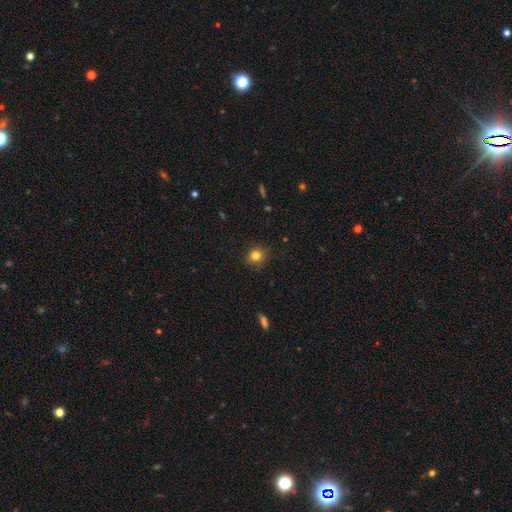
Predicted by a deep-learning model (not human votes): Morphology: type=smooth (82%); roundness=round (85%); merging=none (87%).